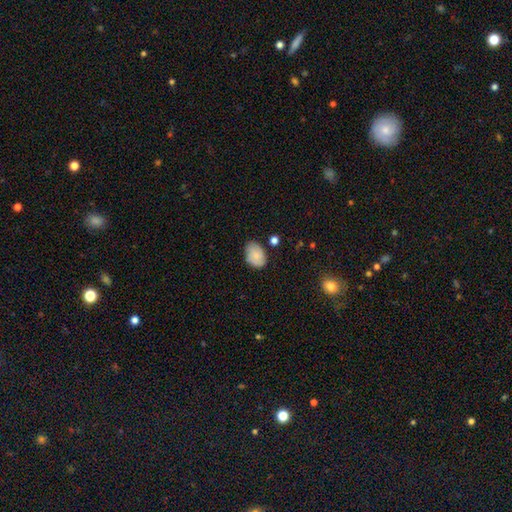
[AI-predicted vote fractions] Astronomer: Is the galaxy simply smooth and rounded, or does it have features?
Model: smooth — 80%.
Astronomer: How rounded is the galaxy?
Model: in between — 82%.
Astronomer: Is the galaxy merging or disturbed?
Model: none — 72%.